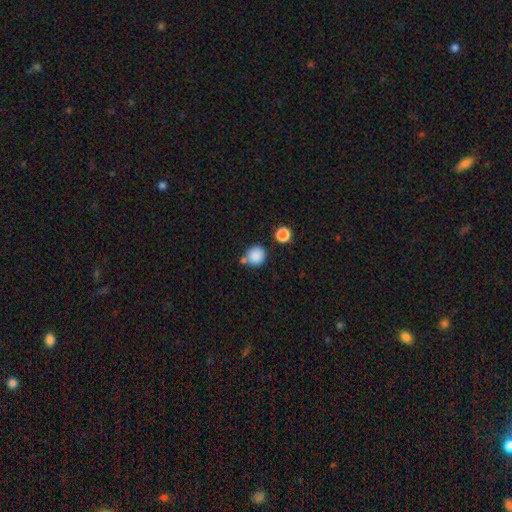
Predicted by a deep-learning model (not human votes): smooth 86%, star or artifact 10%, featured or disk 4%. Down the decision tree: how rounded — round (89%); merging — none (68%).